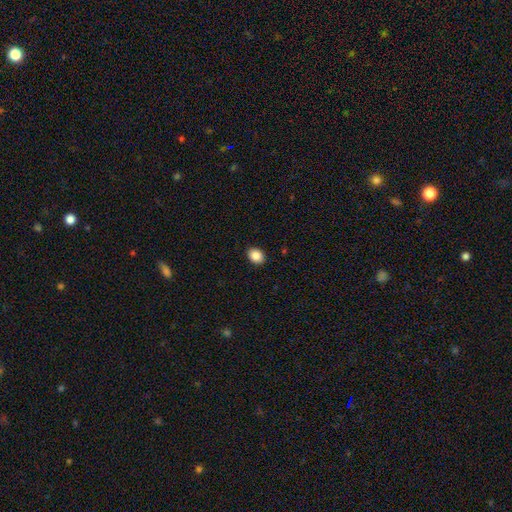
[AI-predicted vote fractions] Overall: smooth (87%). How rounded: in between (61%; round 39%). Merging: none (90%).